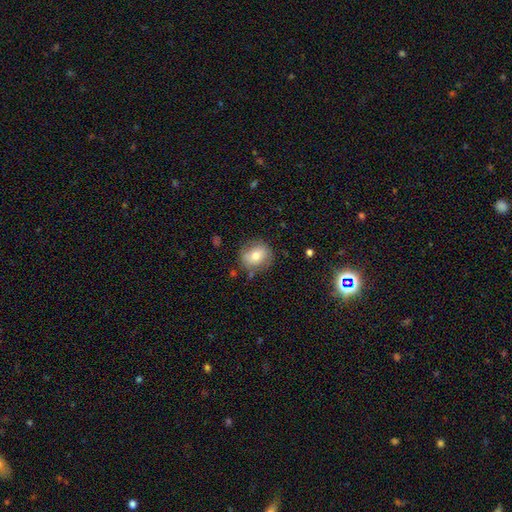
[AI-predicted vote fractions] The model was most divided on "how rounded": round: 68%, in between: 30%, cigar-shaped: 1%. More confident: merging — none (77%); smooth or featured — smooth (71%).